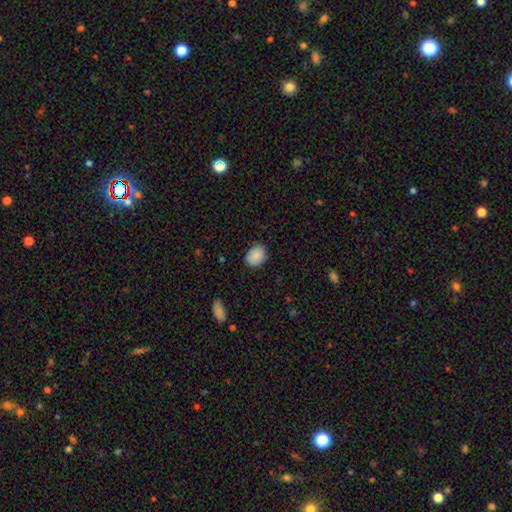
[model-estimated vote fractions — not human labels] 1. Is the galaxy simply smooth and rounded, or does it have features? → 86% smooth, 7% star or artifact, 6% featured or disk.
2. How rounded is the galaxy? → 55% in between, 44% round, 1% cigar-shaped.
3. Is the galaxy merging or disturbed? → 82% none, 14% minor disturbance, 3% major disturbance, 1% merger.